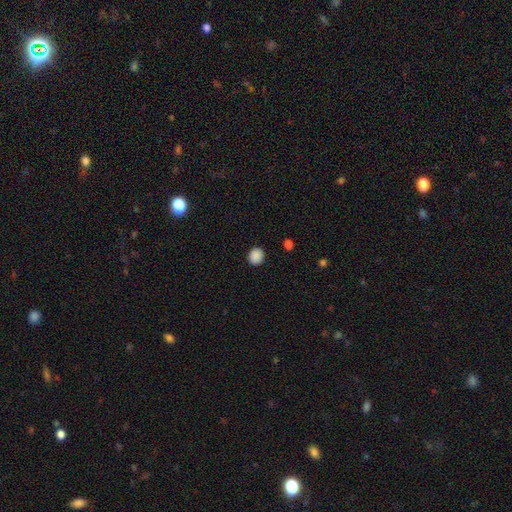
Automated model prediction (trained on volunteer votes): smooth-or-featured: smooth: 88% | star or artifact: 9% | featured or disk: 2%
  how-rounded: round: 76% | in between: 23% | cigar-shaped: 1%
  merging: none: 90% | minor disturbance: 7% | major disturbance: 2% | merger: 1%